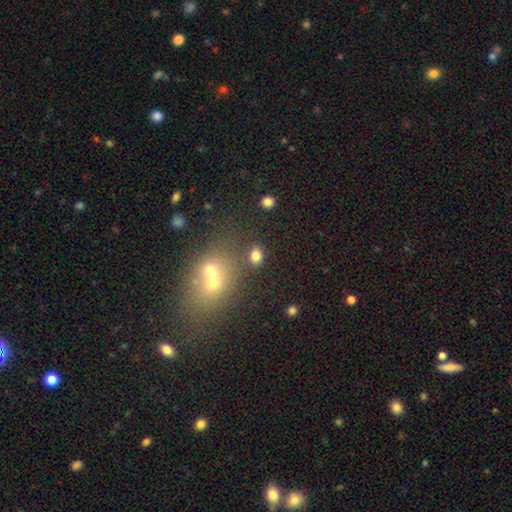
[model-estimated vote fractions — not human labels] Smooth or featured: smooth — 79% (star or artifact — 14%)
How rounded: in between — 67% (round — 31%)
Merging: none — 73% (merger — 12%)